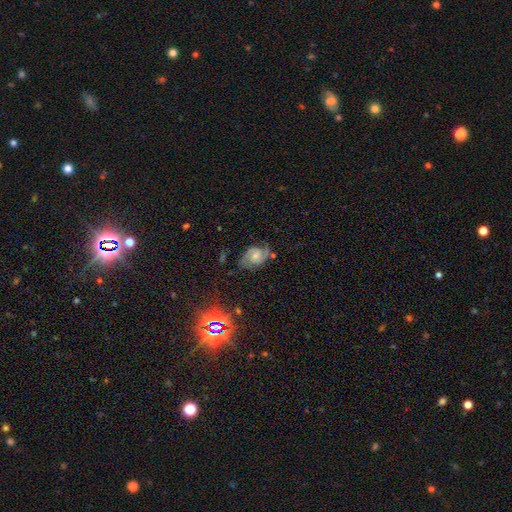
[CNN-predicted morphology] This is likely a featured or disk galaxy (78%). It is clearly not viewed edge-on (97%). Bar: likely no (60%). Spiral arm pattern: clearly yes (95%). Spiral arm count: clearly 2 (83%). Spiral winding: possibly medium (46%). Central bulge: possibly small (51%). Merging: likely none (64%).